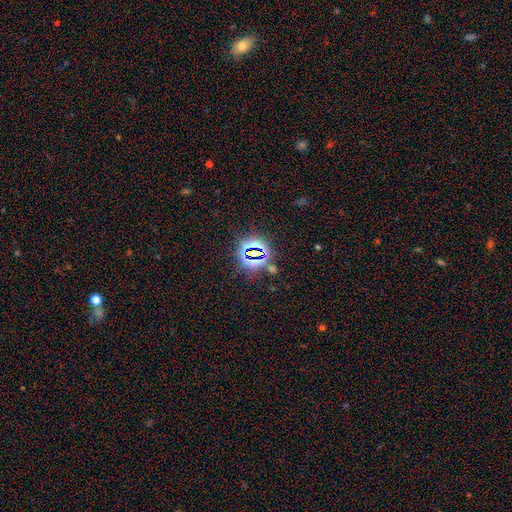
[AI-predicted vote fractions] Q: Smooth or featured?
A: star or artifact (74%); runner-up: smooth (17%)